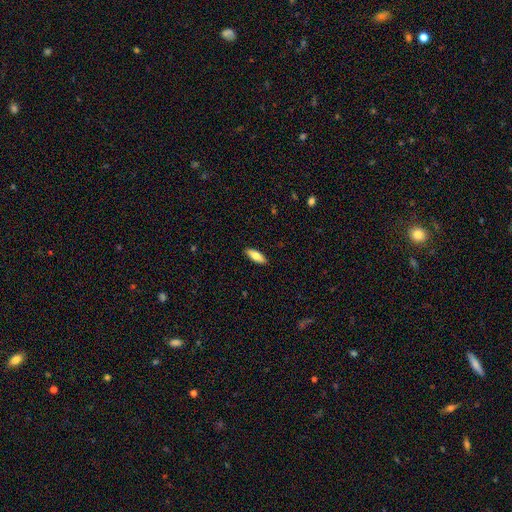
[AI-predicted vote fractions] Overall: smooth (75%). How rounded: in between (67%; cigar-shaped 31%). Merging: none (90%).